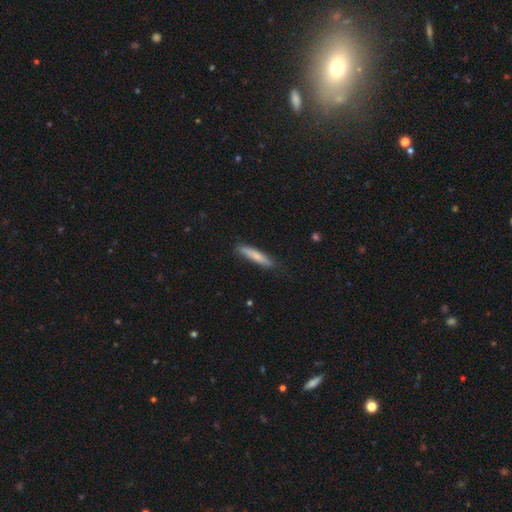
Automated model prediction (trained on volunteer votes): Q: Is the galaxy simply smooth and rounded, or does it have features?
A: smooth — 74%.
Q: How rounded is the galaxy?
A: cigar-shaped — 91%.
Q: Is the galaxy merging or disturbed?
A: none — 86%.